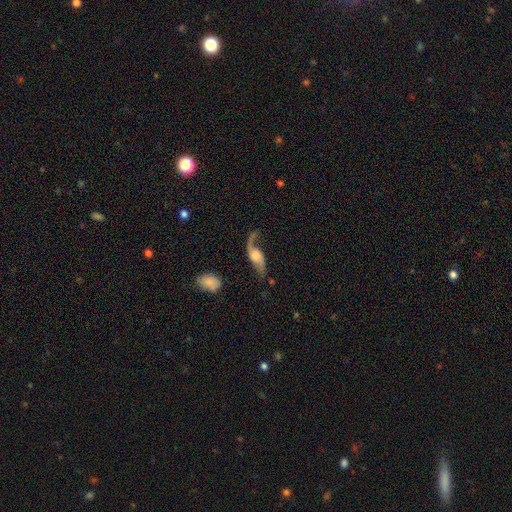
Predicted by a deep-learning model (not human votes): smooth_or_featured: featured or disk (p=0.80) [alt: smooth p=0.14]
disk_edge_on: no (p=0.90) [alt: yes p=0.10]
bar: no (p=0.59) [alt: weak p=0.32]
has_spiral_arms: yes (p=0.94) [alt: no p=0.06]
spiral_winding: loose (p=0.86) [alt: medium p=0.11]
spiral_arm_count: 2 (p=0.80) [alt: 1 p=0.16]
bulge_size: large (p=0.32) [alt: moderate p=0.25]
merging: none (p=0.51) [alt: major disturbance p=0.23]